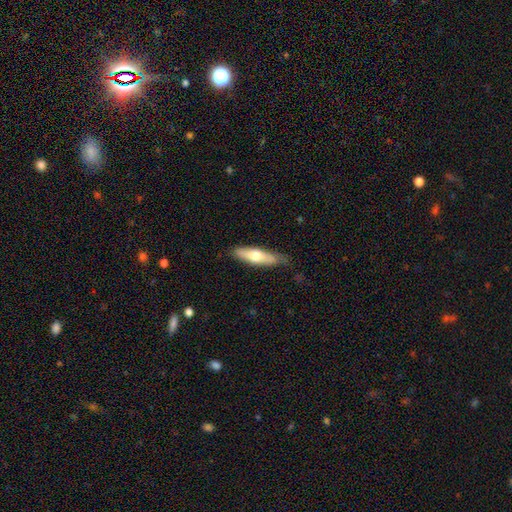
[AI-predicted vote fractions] This appears to be a smooth galaxy with no disk features (61%) that is cigar-shaped (66%). Merging: none (75%).